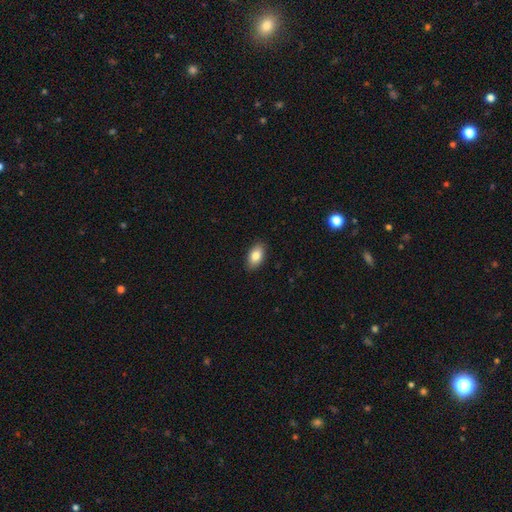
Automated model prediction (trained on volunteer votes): smooth_or_featured: smooth (p=0.84) [alt: featured or disk p=0.09]
how_rounded: in between (p=0.92) [alt: round p=0.05]
merging: none (p=0.89) [alt: minor disturbance p=0.08]